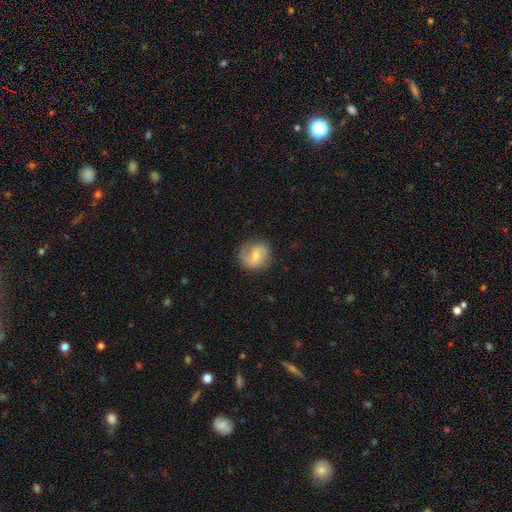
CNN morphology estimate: This appears to be a featured or disk galaxy (57%) with a weak bar (49%), spiral arms (90%) and a small central bulge (47%). Merging: none (72%).